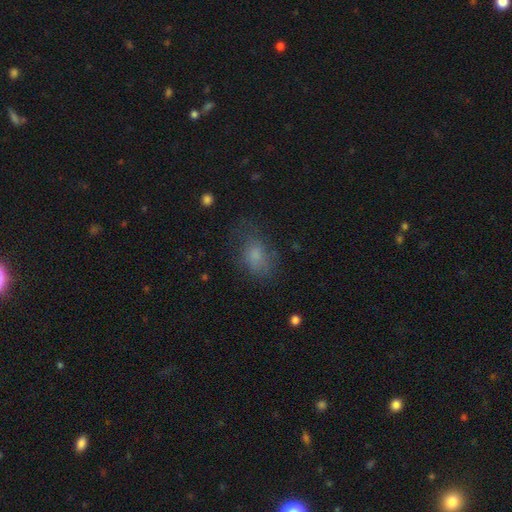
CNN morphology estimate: Smooth or featured? Predicted: smooth (p=0.74). How rounded? Predicted: in between (p=0.76). Merging? Predicted: none (p=0.58).